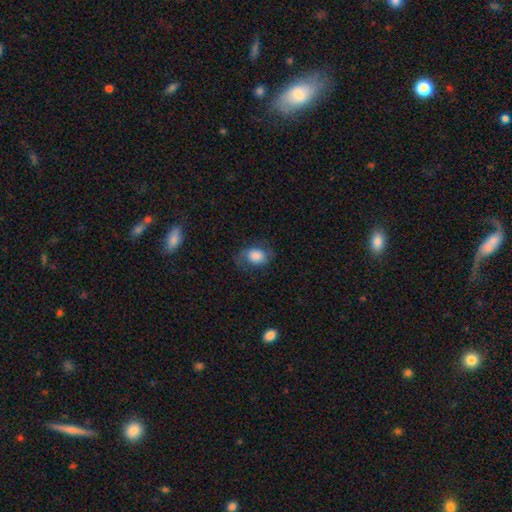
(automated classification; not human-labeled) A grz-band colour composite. It shows a smooth galaxy with no disk features (73%) that is in between round and cigar-shaped (67%). Merging: none (65%).